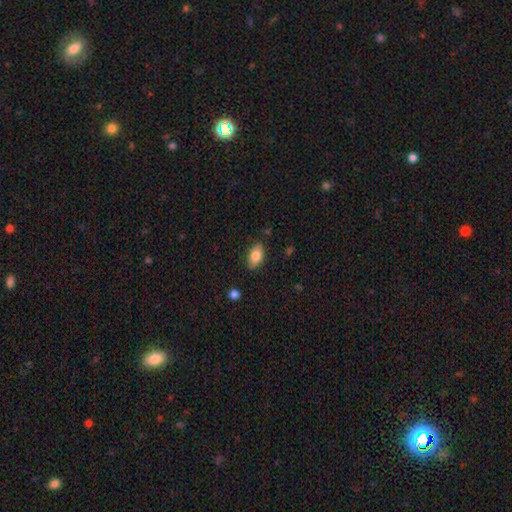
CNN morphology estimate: smooth 82%, featured or disk 11%, star or artifact 7%. Down the decision tree: how rounded — in between (91%); merging — none (85%).